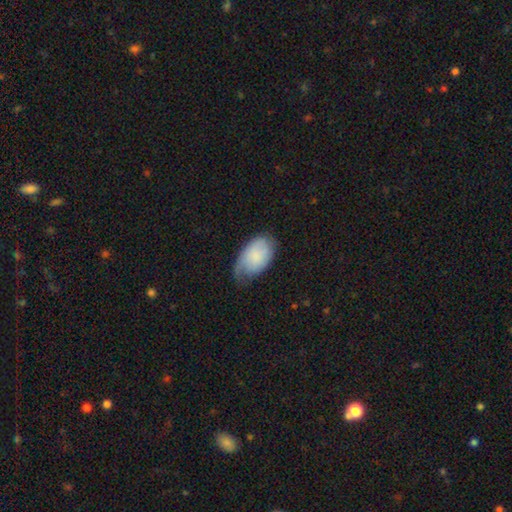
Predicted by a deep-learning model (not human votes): smooth_or_featured: smooth (p=0.71) [alt: featured or disk p=0.23]
how_rounded: in between (p=0.92) [alt: round p=0.06]
merging: none (p=0.41) [tied with: minor disturbance p=0.41]